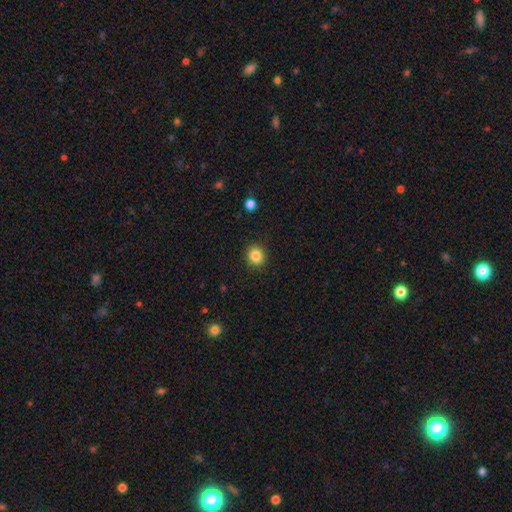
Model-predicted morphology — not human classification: smooth 85%, star or artifact 10%, featured or disk 5%. Down the decision tree: how rounded — round (80%); merging — none (90%).